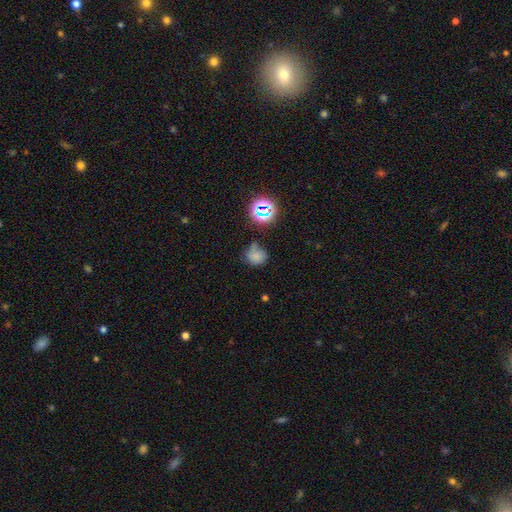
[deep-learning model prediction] Morphology: type=smooth (67%); roundness=round (77%); merging=none (49%).